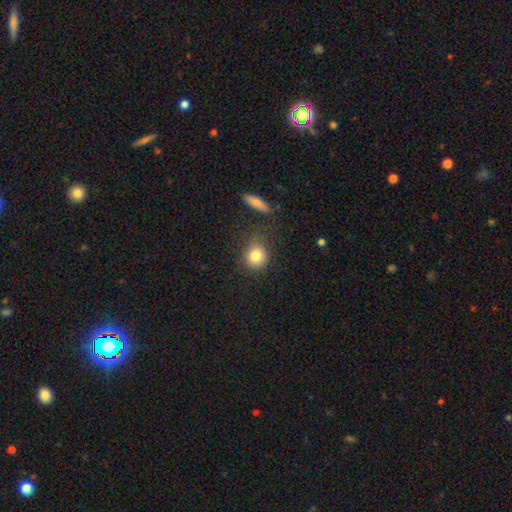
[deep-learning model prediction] smooth-or-featured: smooth: 83% | star or artifact: 10% | featured or disk: 8%
  how-rounded: round: 82% | in between: 17% | cigar-shaped: 1%
  merging: none: 74% | minor disturbance: 15% | merger: 6% | major disturbance: 5%